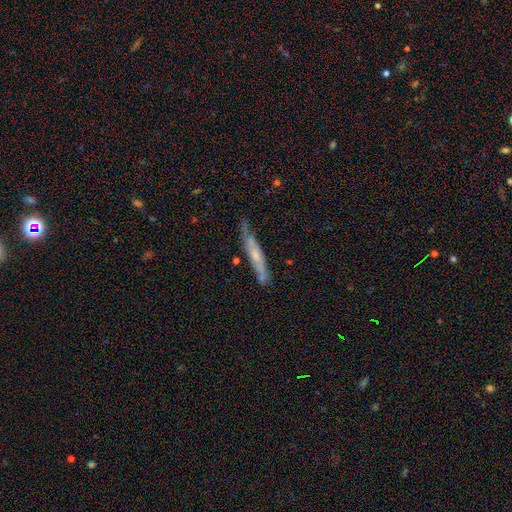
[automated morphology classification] A featured or disk galaxy (57%) viewed edge-on (72%).

Vote fractions:
- Smooth or featured? featured or disk: 57% / smooth: 36% / star or artifact: 6%
- Edge-on disk? yes: 72% / no: 28%
- Merging? none: 70% / minor disturbance: 23% / major disturbance: 5% / merger: 3%